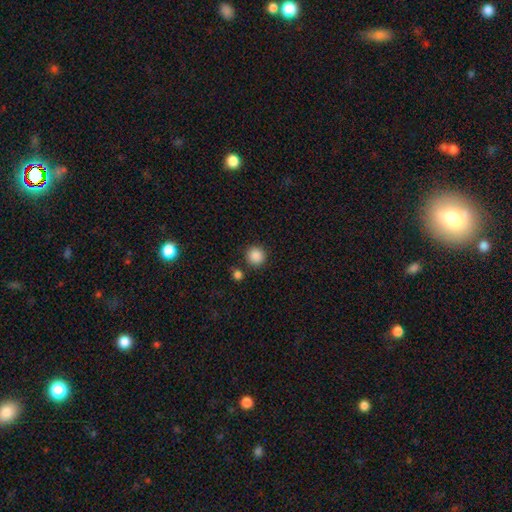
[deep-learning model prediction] The model was most divided on "smooth or featured": smooth: 88%, star or artifact: 10%, featured or disk: 3%. More confident: how rounded — round (94%); merging — none (87%).